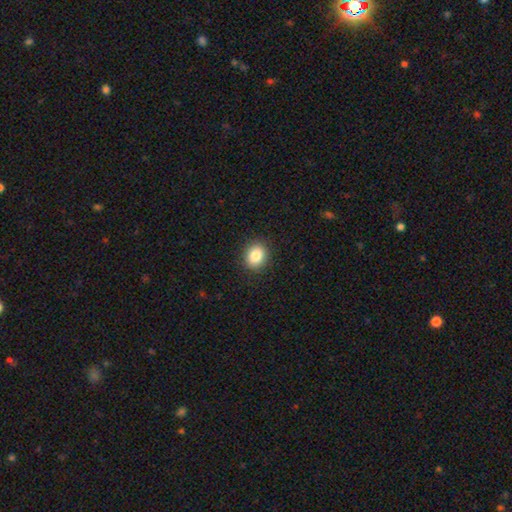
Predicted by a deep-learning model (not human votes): Smooth or featured? Predicted: smooth (p=0.85). How rounded? Predicted: round (p=0.58). Merging? Predicted: none (p=0.90).